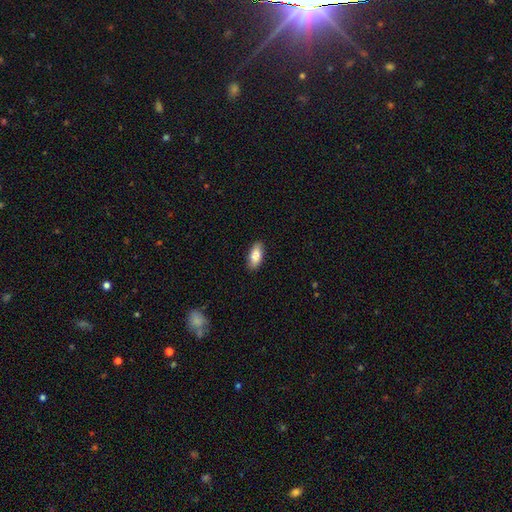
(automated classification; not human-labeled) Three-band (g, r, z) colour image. It shows a smooth galaxy with no disk features (81%) that is in between round and cigar-shaped (86%). Merging: none (88%).